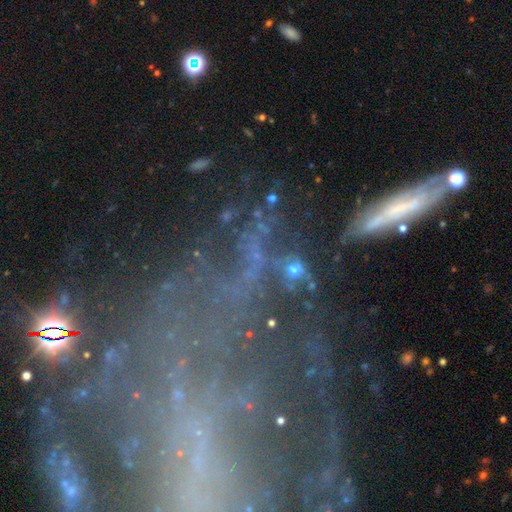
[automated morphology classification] Smooth or featured? featured or disk (41%)
Merging? none (58%)